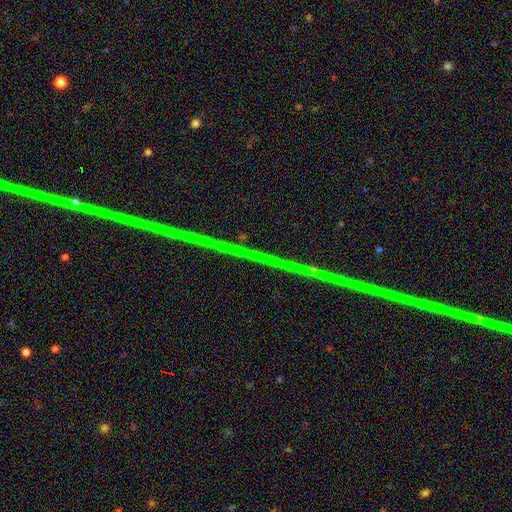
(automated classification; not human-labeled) Morphology: type=star or artifact (78%).